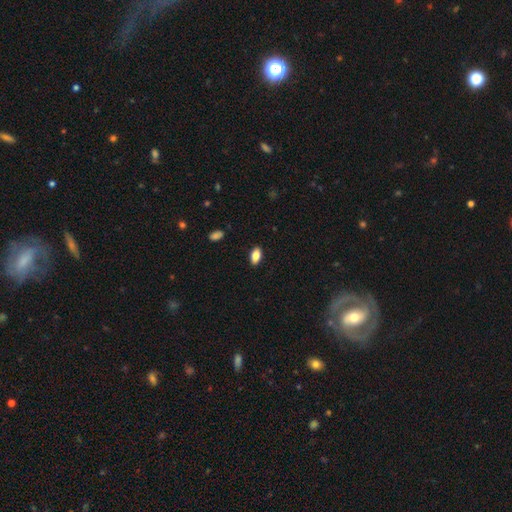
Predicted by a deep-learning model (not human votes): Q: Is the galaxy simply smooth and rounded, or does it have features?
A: smooth — 85%.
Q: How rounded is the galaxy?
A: in between — 91%.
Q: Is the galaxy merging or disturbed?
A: none — 89%.